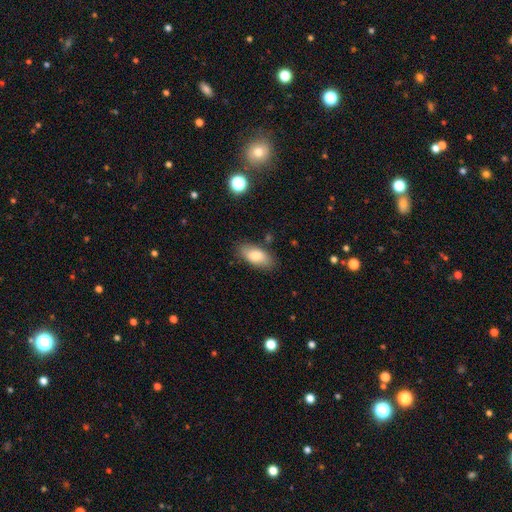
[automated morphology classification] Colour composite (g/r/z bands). It shows a smooth galaxy with no disk features (79%) that is in between round and cigar-shaped (88%). Merging: none (83%).